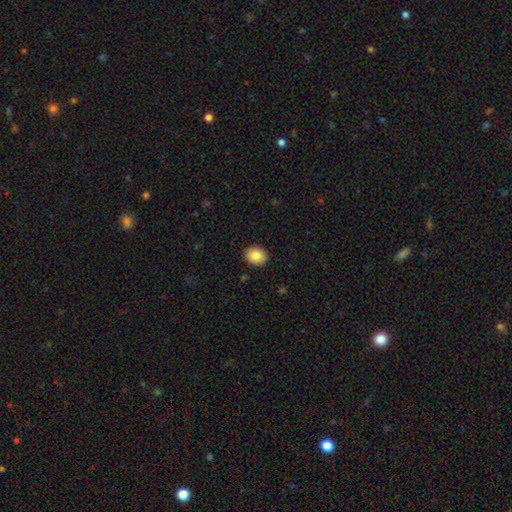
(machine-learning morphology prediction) This is clearly a smooth galaxy (87%). How rounded: possibly round (53%). Merging: clearly none (90%).